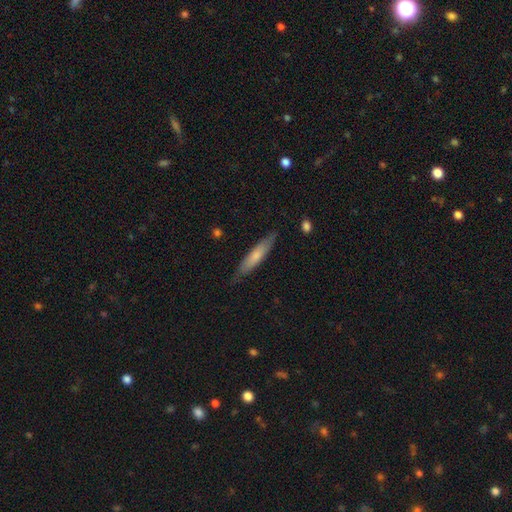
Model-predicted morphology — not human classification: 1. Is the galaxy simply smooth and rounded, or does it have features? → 67% smooth, 28% featured or disk, 5% star or artifact.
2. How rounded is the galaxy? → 84% cigar-shaped, 15% in between, 1% round.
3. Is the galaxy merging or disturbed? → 80% none, 16% minor disturbance, 3% major disturbance, 1% merger.